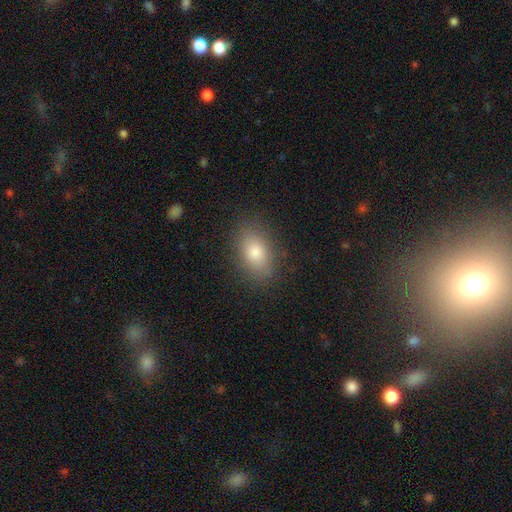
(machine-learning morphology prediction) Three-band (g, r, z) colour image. It shows a smooth galaxy with no disk features (77%) that is in between round and cigar-shaped (85%). Merging: none (86%).